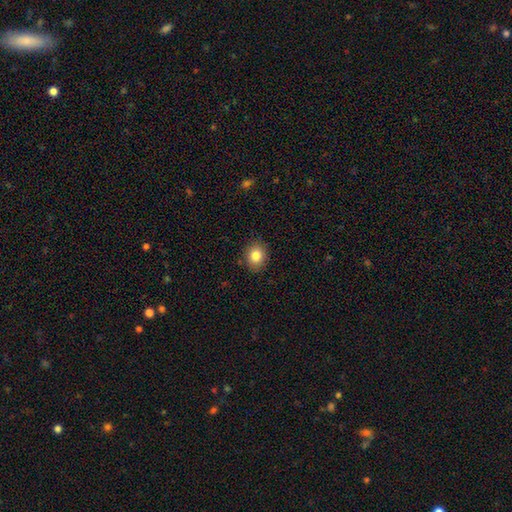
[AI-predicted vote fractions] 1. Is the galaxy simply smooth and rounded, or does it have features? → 83% smooth, 10% star or artifact, 7% featured or disk.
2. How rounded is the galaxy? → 58% round, 41% in between, 1% cigar-shaped.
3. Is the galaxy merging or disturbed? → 88% none, 8% minor disturbance, 2% major disturbance, 1% merger.